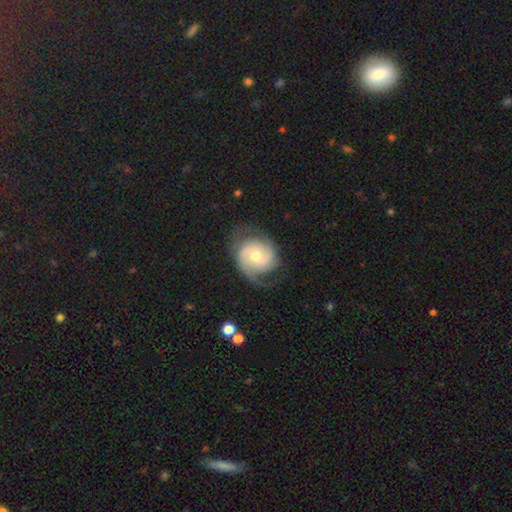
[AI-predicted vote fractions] A featured or disk galaxy (81%) with no bar (64%), 2 (75%) tight (45%) spiral arms (95%) and a moderate central bulge (64%). Merging: none (66%).